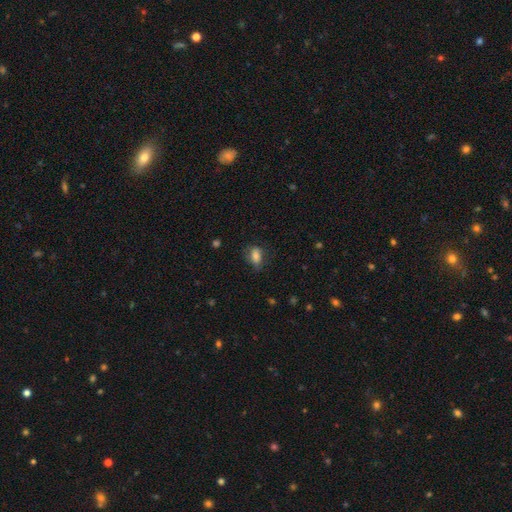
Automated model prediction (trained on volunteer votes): A smooth galaxy with no disk features (77%) that is in between round and cigar-shaped (83%).

Vote fractions:
- Smooth or featured? smooth: 77% / featured or disk: 14% / star or artifact: 9%
- How rounded? in between: 83% / round: 11% / cigar-shaped: 6%
- Merging? none: 63% / minor disturbance: 25% / major disturbance: 11% / merger: 2%